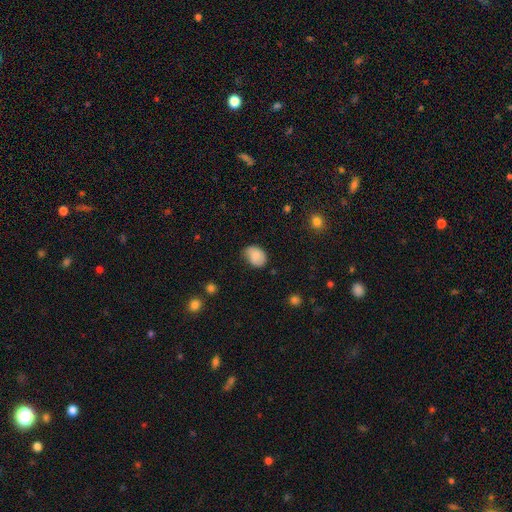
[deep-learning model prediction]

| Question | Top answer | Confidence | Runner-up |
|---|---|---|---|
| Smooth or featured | smooth | 82% | featured or disk (10%) |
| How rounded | in between | 64% | round (35%) |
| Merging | none | 57% | minor disturbance (34%) |